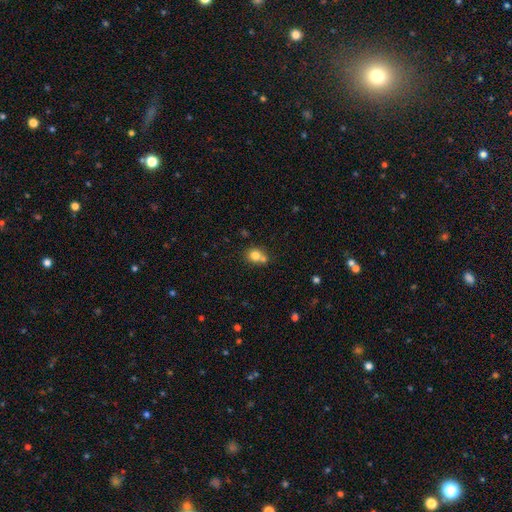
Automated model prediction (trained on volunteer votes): Smooth or featured? Predicted: smooth (p=0.78). How rounded? Predicted: round (p=0.73). Merging? Predicted: none (p=0.46).